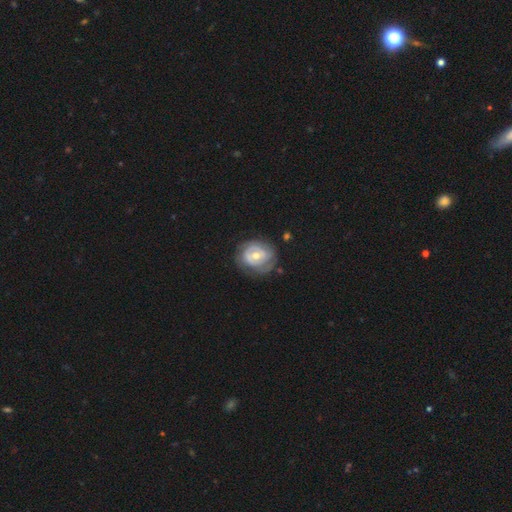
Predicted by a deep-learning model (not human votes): Overall: featured or disk (69%). Edge-on disk: no (97%). Bar: no (58%; weak 32%). Spiral arms: yes (71%). Bulge size: moderate (66%; small 28%). Merging: none (63%; minor disturbance 23%).